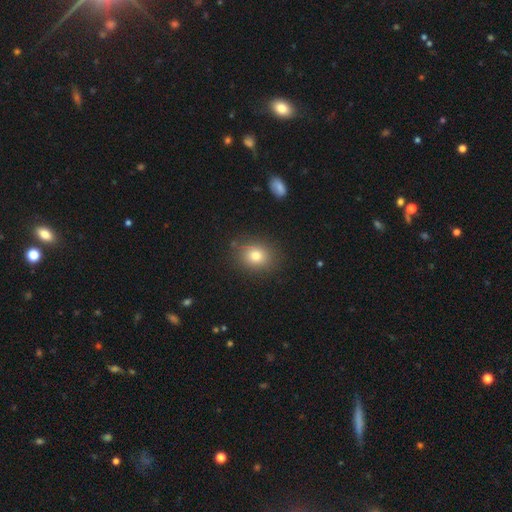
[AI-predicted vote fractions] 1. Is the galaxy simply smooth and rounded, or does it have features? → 79% smooth, 11% star or artifact, 10% featured or disk.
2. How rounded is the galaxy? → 58% round, 41% in between, 1% cigar-shaped.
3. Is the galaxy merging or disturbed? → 84% none, 11% minor disturbance, 3% major disturbance, 2% merger.